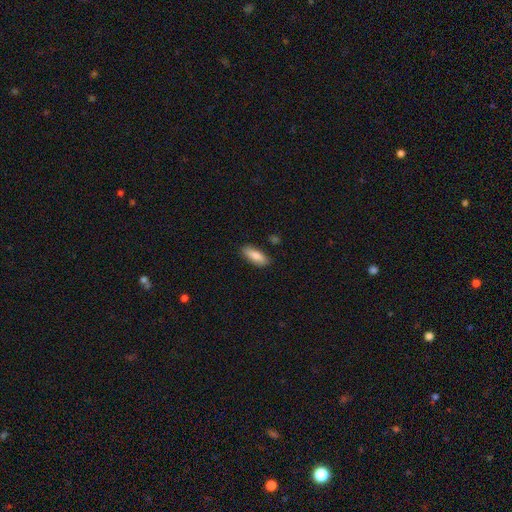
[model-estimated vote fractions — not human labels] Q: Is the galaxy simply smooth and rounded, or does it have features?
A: smooth — 83%.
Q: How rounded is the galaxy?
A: in between — 70%.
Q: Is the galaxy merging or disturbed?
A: none — 85%.